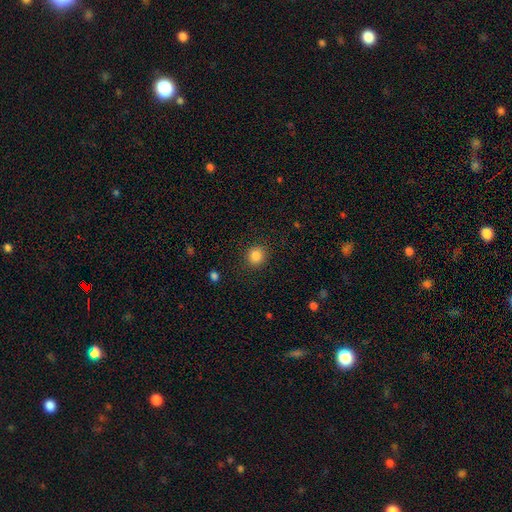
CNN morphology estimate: type=smooth (85%); roundness=round (88%); merging=none (90%).